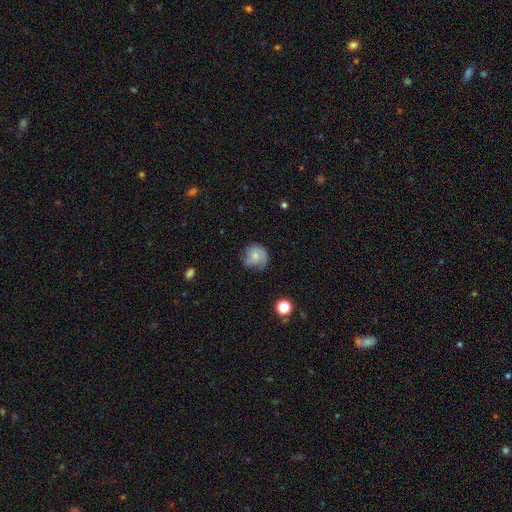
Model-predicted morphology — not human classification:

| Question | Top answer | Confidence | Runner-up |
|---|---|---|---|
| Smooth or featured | featured or disk | 57% | smooth (35%) |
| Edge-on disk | no | 98% | yes (2%) |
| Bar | no | 73% | weak (24%) |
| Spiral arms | yes | 89% | no (11%) |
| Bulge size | small | 45% | moderate (43%) |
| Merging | none | 65% | minor disturbance (23%) |